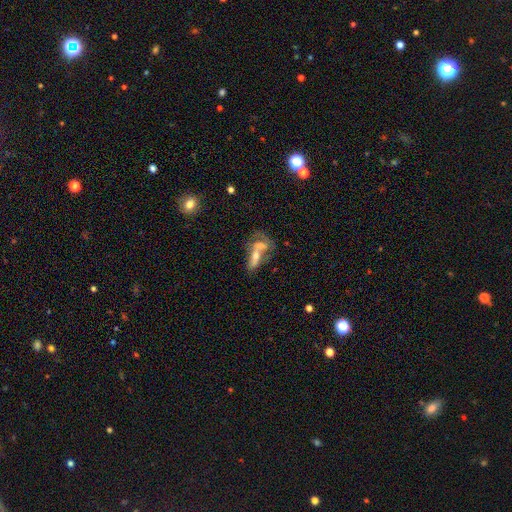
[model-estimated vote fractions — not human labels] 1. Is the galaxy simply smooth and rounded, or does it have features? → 49% featured or disk, 40% smooth, 12% star or artifact.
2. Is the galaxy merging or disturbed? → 62% merger, 20% none, 10% major disturbance, 8% minor disturbance.